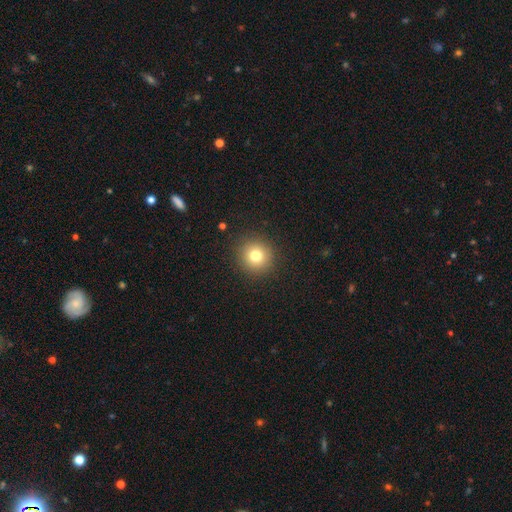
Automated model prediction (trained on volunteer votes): smooth_or_featured: smooth (p=0.78) [alt: star or artifact p=0.13]
how_rounded: round (p=0.94) [alt: in between p=0.05]
merging: none (p=0.91) [alt: minor disturbance p=0.05]